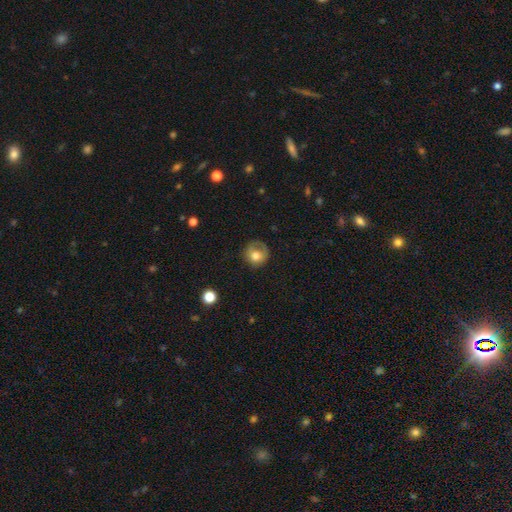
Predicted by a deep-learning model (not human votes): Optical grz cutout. It shows a smooth galaxy with no disk features (70%) that is round (83%). Merging: none (57%).